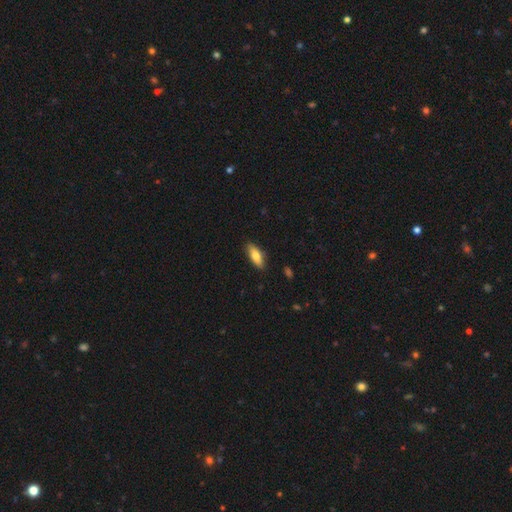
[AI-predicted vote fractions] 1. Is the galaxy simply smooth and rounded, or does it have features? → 77% smooth, 17% featured or disk, 6% star or artifact.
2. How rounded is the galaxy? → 70% in between, 28% cigar-shaped, 2% round.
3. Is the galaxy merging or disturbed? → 85% none, 12% minor disturbance, 2% major disturbance, 1% merger.